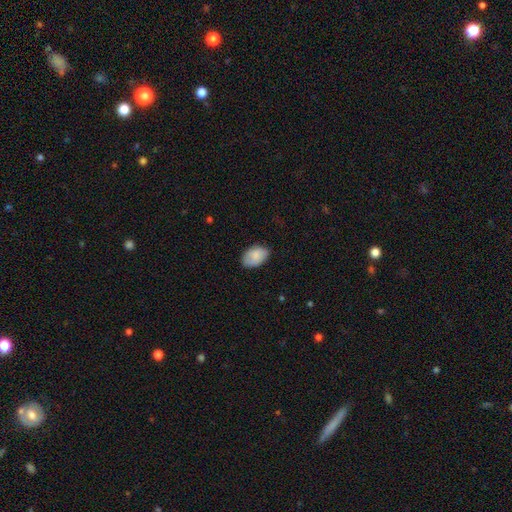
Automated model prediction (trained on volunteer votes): Overall: smooth (85%). How rounded: in between (90%). Merging: none (77%).